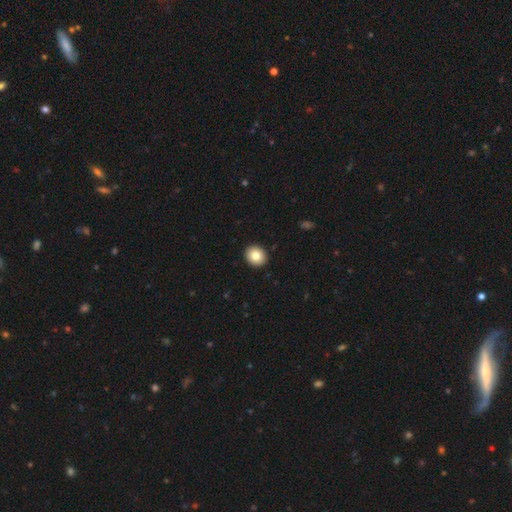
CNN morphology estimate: This appears to be a smooth galaxy with no disk features (83%) that is round (77%). Merging: none (93%).